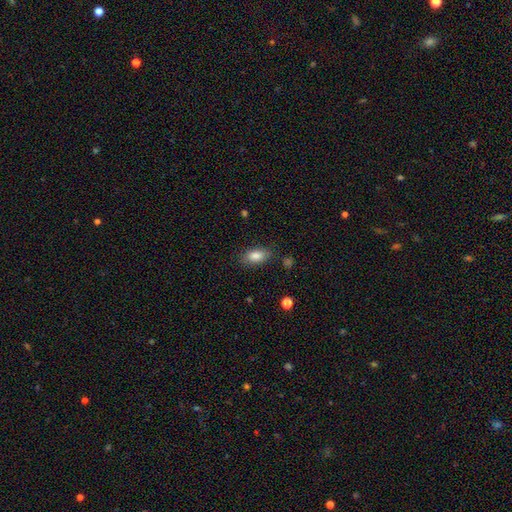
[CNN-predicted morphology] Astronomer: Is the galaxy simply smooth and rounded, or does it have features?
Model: smooth — 85%.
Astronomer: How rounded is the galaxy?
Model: in between — 89%.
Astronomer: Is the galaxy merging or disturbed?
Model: none — 83%.